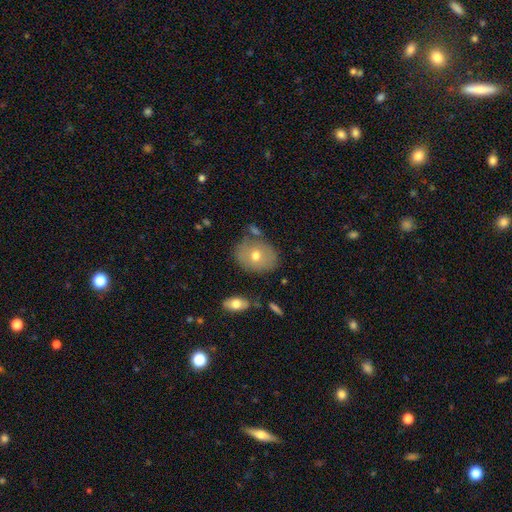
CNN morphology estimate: This appears to be a smooth galaxy with no disk features (62%) that is in between round and cigar-shaped (54%). Merging: none (72%).